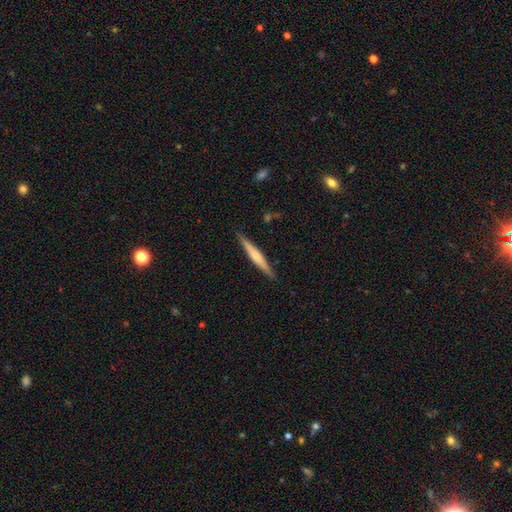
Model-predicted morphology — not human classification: smooth_or_featured: featured or disk (p=0.54) [alt: smooth p=0.41]
disk_edge_on: yes (p=0.97) [alt: no p=0.03]
edge_on_bulge: rounded (p=0.59) [alt: none p=0.23]
merging: none (p=0.89) [alt: minor disturbance p=0.08]